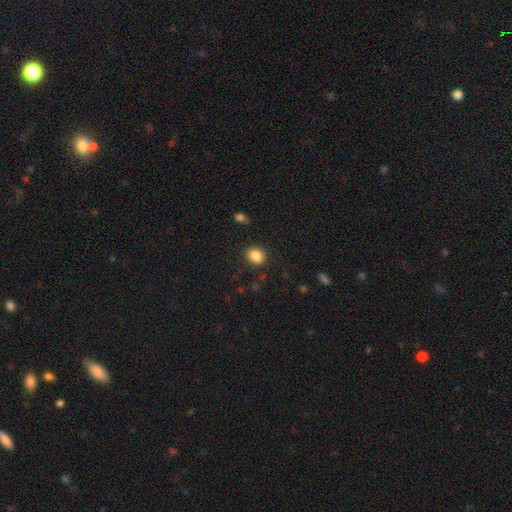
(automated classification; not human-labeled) A smooth galaxy with no disk features (86%) that is in between round and cigar-shaped (51%). Merging: none (83%).